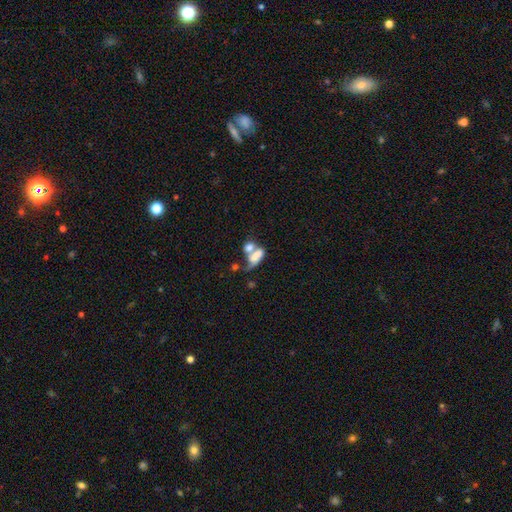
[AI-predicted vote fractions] Overall: smooth (62%; featured or disk 28%). How rounded: in between (80%). Merging: merger (61%).